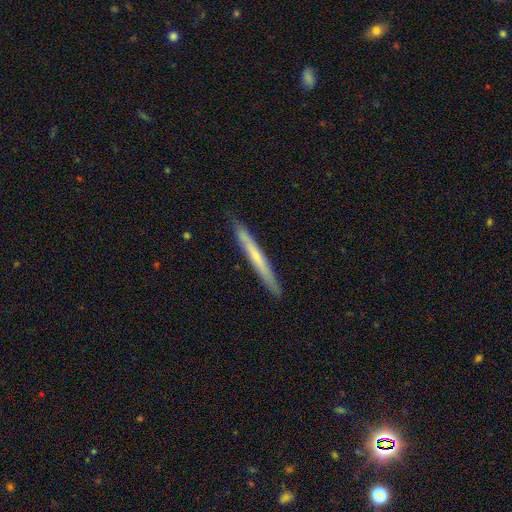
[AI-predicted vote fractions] This appears to be a smooth galaxy with no disk features (53%) that is cigar-shaped (97%). Merging: none (89%).